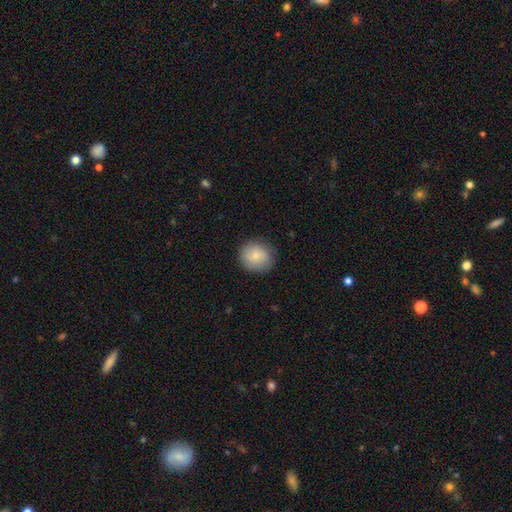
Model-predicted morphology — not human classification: smooth_or_featured: smooth (p=0.83) [alt: featured or disk p=0.09]
how_rounded: round (p=0.83) [alt: in between p=0.16]
merging: none (p=0.85) [alt: minor disturbance p=0.11]